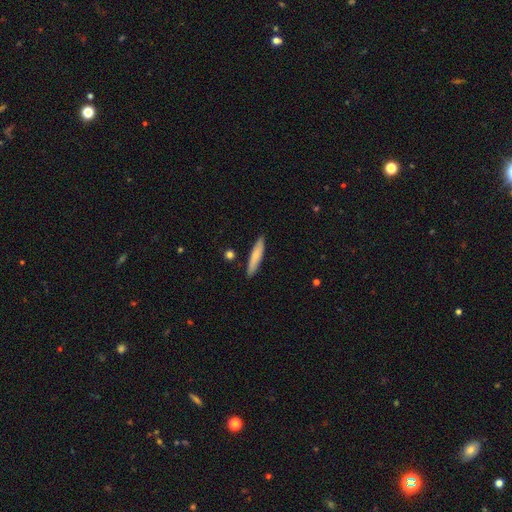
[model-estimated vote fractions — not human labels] smooth 74%, featured or disk 20%, star or artifact 6%. Down the decision tree: how rounded — cigar-shaped (89%); merging — none (87%).